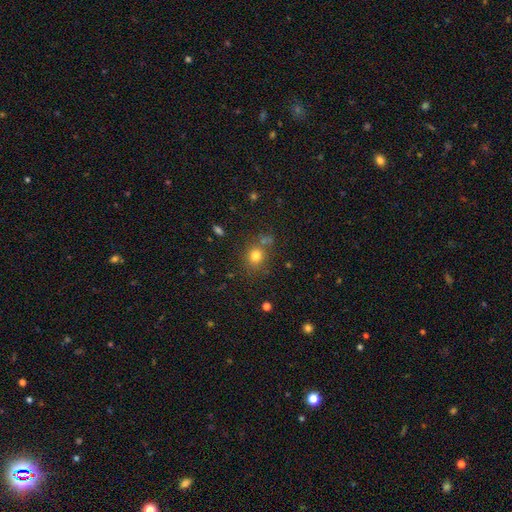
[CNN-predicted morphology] type=smooth (77%); roundness=round (77%); merging=none (73%).